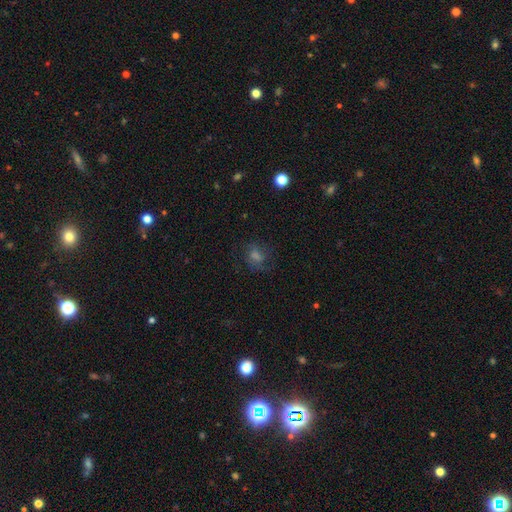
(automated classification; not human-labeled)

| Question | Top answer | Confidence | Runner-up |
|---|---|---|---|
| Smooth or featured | smooth | 40% | featured or disk (32%) |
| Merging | none | 68% | minor disturbance (17%) |